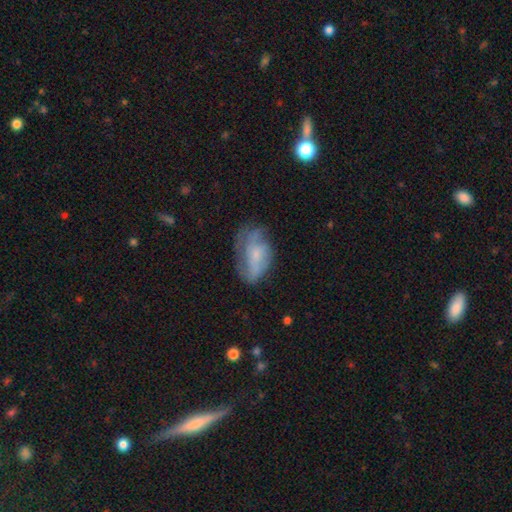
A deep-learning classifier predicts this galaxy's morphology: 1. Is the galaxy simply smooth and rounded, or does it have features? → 54% featured or disk, 38% smooth, 8% star or artifact.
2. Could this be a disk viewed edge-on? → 95% no, 5% yes.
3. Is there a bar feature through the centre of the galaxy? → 68% no, 26% weak, 6% strong.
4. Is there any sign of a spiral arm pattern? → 71% yes, 29% no.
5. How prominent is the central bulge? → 59% small, 21% moderate, 16% none, 3% large, 1% dominant.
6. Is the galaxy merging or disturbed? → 48% none, 28% minor disturbance, 22% major disturbance, 2% merger.